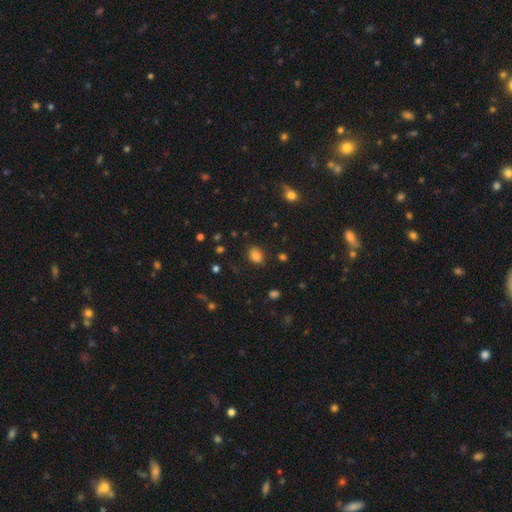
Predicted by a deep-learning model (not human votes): Overall: smooth (81%). How rounded: in between (64%; round 35%). Merging: none (82%).